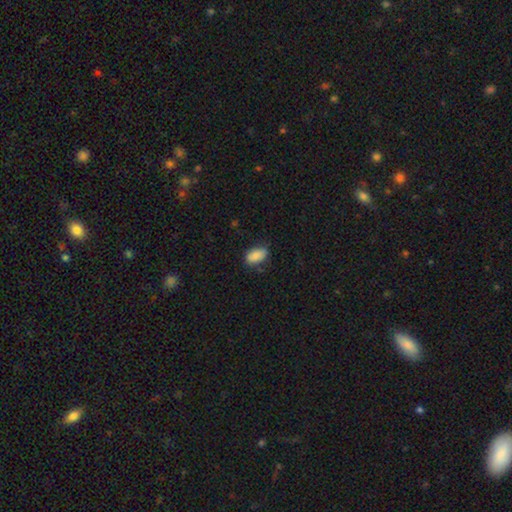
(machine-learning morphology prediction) The model was most divided on "merging": none: 70%, minor disturbance: 23%, major disturbance: 5%, merger: 2%. More confident: how rounded — in between (91%); smooth or featured — smooth (87%).